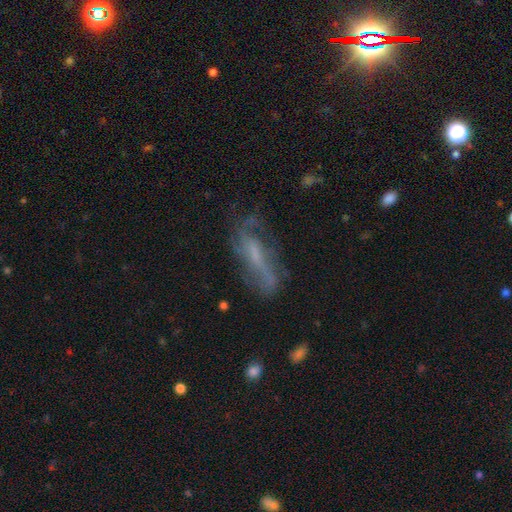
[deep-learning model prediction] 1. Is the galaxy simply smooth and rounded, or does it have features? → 58% featured or disk, 30% smooth, 12% star or artifact.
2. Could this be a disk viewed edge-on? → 70% no, 30% yes.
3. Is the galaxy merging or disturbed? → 53% none, 25% minor disturbance, 19% major disturbance, 4% merger.